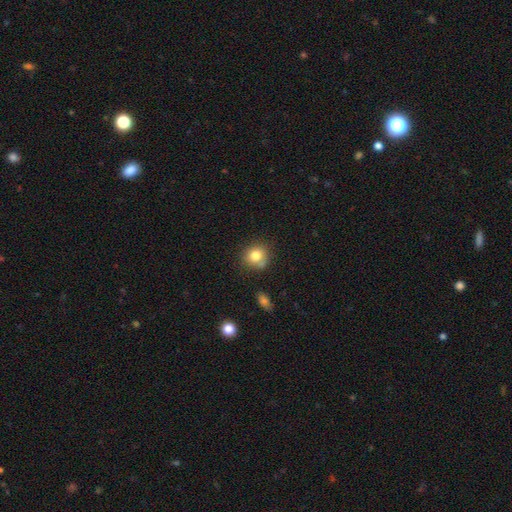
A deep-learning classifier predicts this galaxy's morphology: A smooth galaxy with no disk features (81%) that is round (81%).

Vote fractions:
- Smooth or featured? smooth: 81% / star or artifact: 10% / featured or disk: 9%
- How rounded? round: 81% / in between: 18% / cigar-shaped: 1%
- Merging? none: 69% / minor disturbance: 18% / merger: 8% / major disturbance: 5%